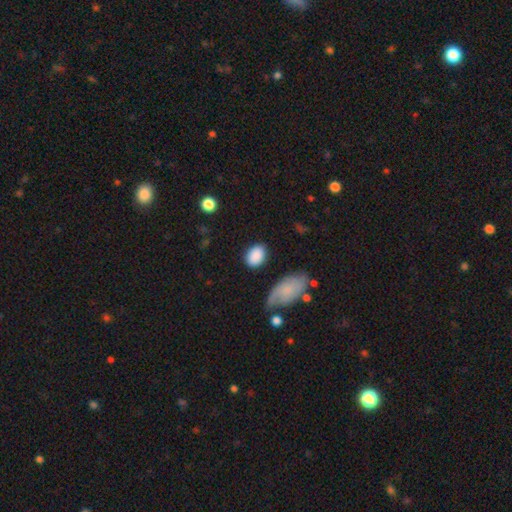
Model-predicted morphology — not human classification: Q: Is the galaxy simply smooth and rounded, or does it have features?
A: smooth — 87%.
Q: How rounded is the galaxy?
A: in between — 77%.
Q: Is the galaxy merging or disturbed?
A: none — 77%.